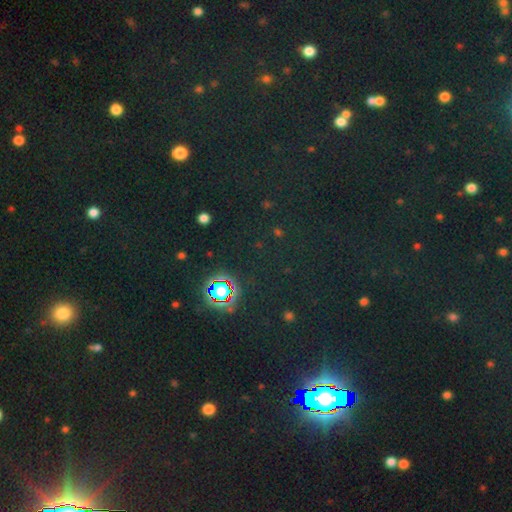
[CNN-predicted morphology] Smooth or featured: star or artifact — 78% (smooth — 14%)